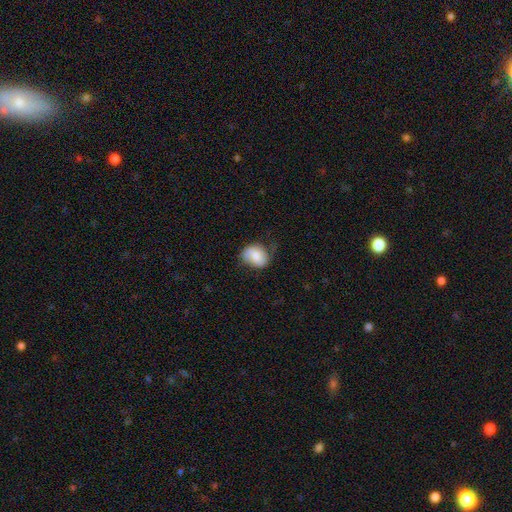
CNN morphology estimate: Smooth or featured? Predicted: smooth (p=0.66). How rounded? Predicted: in between (p=0.53). Merging? Predicted: none (p=0.54).